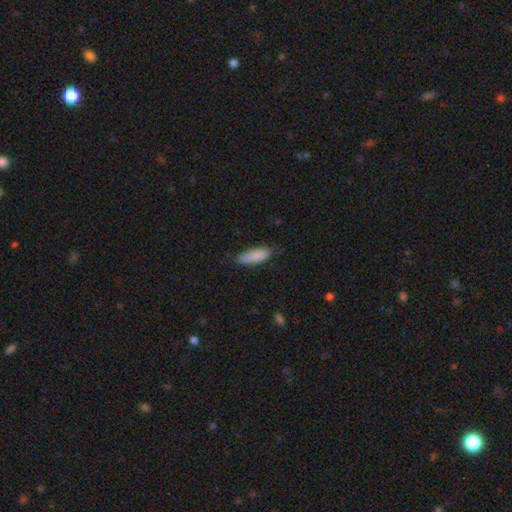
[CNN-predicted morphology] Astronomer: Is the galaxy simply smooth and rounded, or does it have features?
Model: smooth — 87%.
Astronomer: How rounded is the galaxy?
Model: in between — 64%.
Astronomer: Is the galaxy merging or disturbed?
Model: none — 68%.